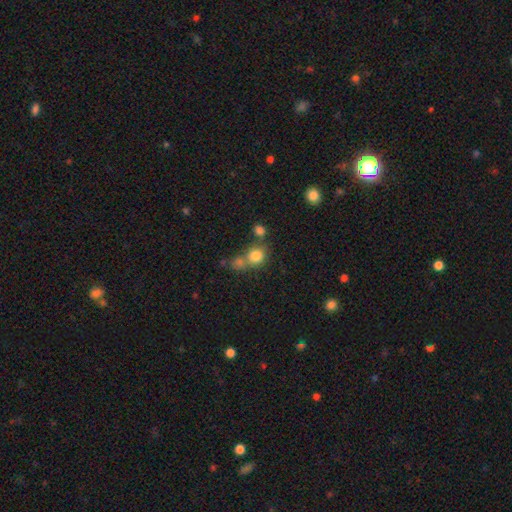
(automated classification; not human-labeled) Morphology: type=smooth (79%); roundness=round (77%); merging=none (48%).